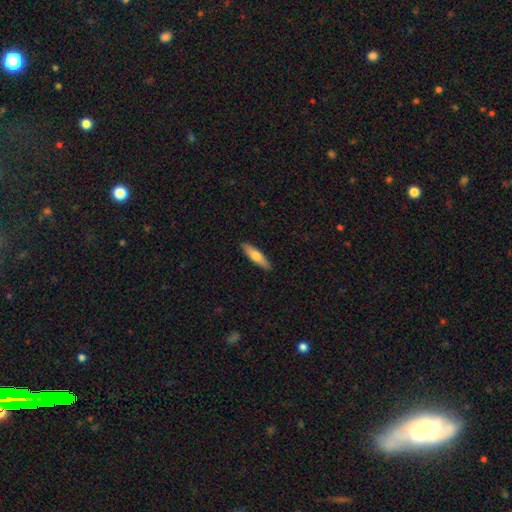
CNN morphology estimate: Smooth or featured? Predicted: smooth (p=0.63). How rounded? Predicted: cigar-shaped (p=0.70). Merging? Predicted: none (p=0.90).